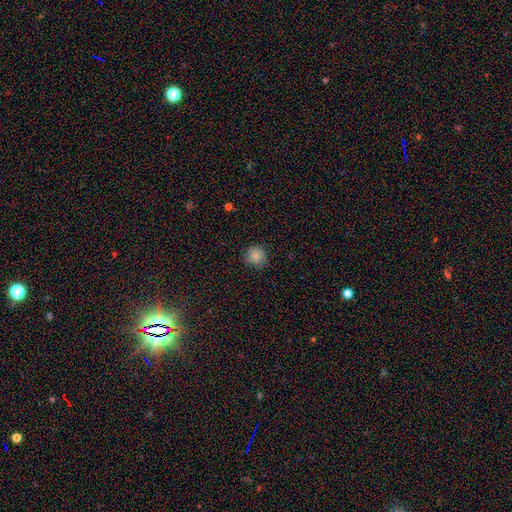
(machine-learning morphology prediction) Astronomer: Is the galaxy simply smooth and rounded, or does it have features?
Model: smooth — 84%.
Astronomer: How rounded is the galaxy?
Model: round — 91%.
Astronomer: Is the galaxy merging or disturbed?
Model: none — 83%.